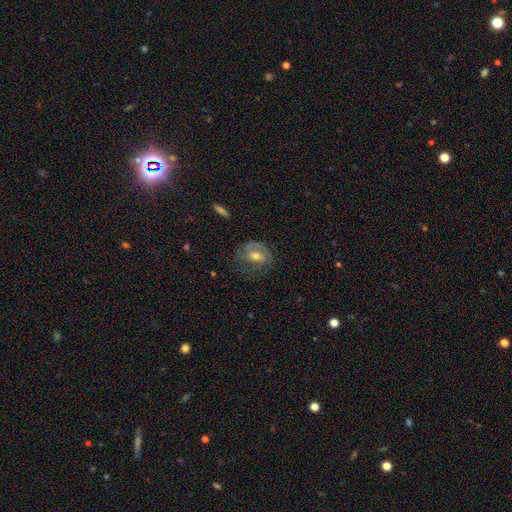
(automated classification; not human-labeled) Smooth or featured? featured or disk (65%)
Edge-on disk? no (96%)
Bar? no (51%)
Spiral arms? yes (79%)
Bulge size? moderate (63%)
Merging? none (56%)